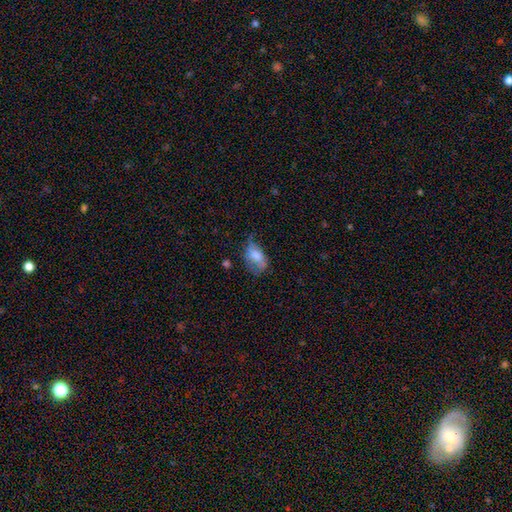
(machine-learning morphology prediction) smooth 68%, featured or disk 23%, star or artifact 9%. Down the decision tree: how rounded — in between (89%); merging — none (39%).